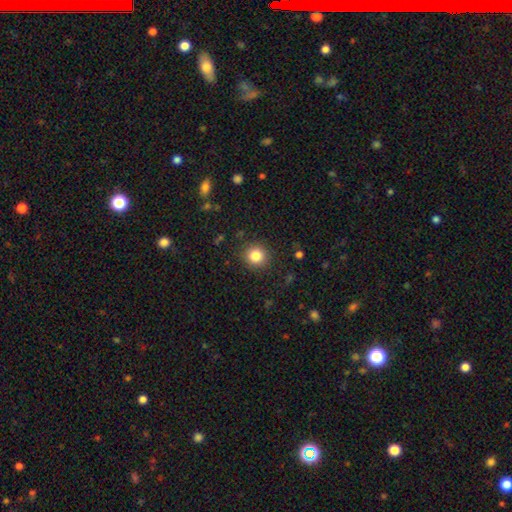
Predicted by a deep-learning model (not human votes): Smooth or featured? Predicted: smooth (p=0.83). How rounded? Predicted: round (p=0.91). Merging? Predicted: none (p=0.90).